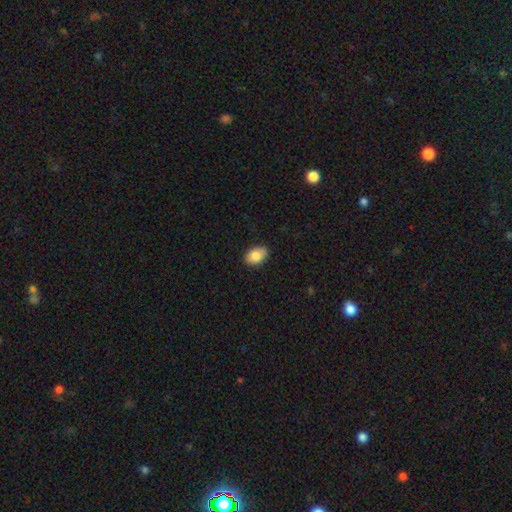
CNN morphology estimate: Smooth or featured? smooth (84%)
How rounded? in between (83%)
Merging? none (87%)